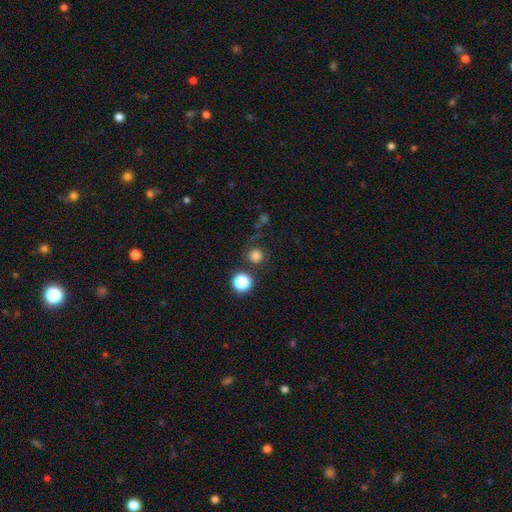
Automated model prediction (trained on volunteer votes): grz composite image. It shows a smooth galaxy with no disk features (78%) that is round (94%). Merging: none (78%).